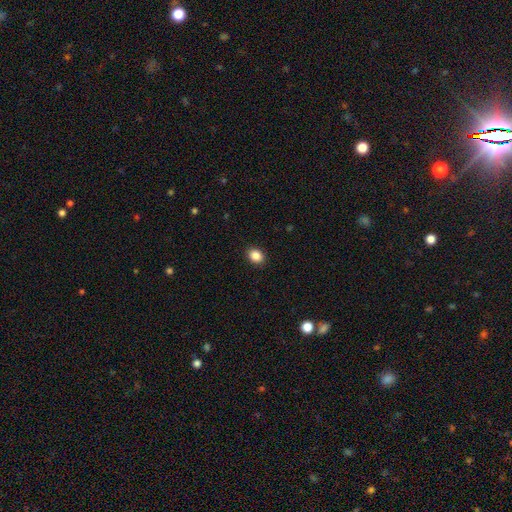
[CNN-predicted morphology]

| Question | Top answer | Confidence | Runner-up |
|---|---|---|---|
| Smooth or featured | smooth | 87% | star or artifact (9%) |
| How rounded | in between | 62% | round (37%) |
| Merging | none | 91% | minor disturbance (6%) |